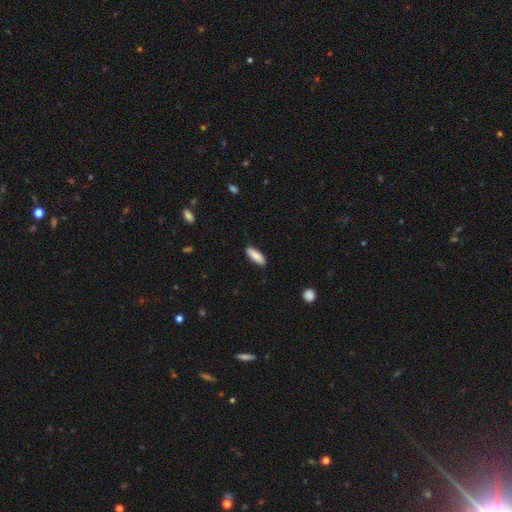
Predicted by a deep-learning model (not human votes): Smooth or featured?
  - smooth: 89% *
  - featured or disk: 6%
  - star or artifact: 6%
How rounded?
  - in between: 60% *
  - cigar-shaped: 38%
  - round: 2%
Merging?
  - none: 87% *
  - minor disturbance: 10%
  - major disturbance: 2%
  - merger: 1%